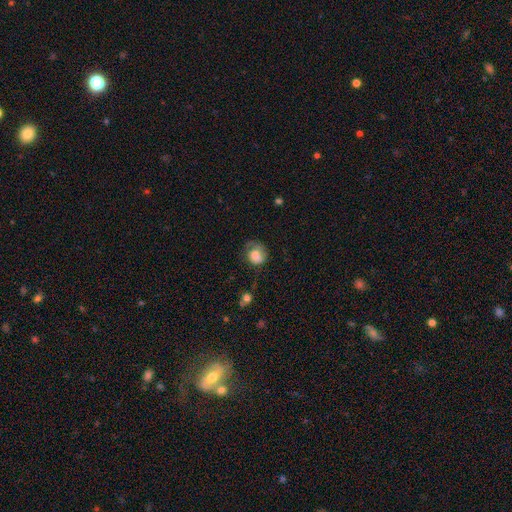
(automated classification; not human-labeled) Overall: smooth (72%). How rounded: round (66%; in between 33%). Merging: none (41%; minor disturbance 30%).